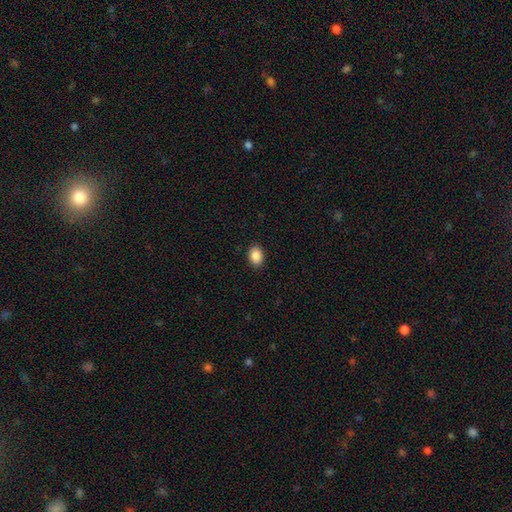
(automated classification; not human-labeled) A smooth galaxy with no disk features (89%) that is in between round and cigar-shaped (75%).

Vote fractions:
- Smooth or featured? smooth: 89% / star or artifact: 8% / featured or disk: 3%
- How rounded? in between: 75% / round: 24% / cigar-shaped: 1%
- Merging? none: 90% / minor disturbance: 7% / major disturbance: 2% / merger: 1%